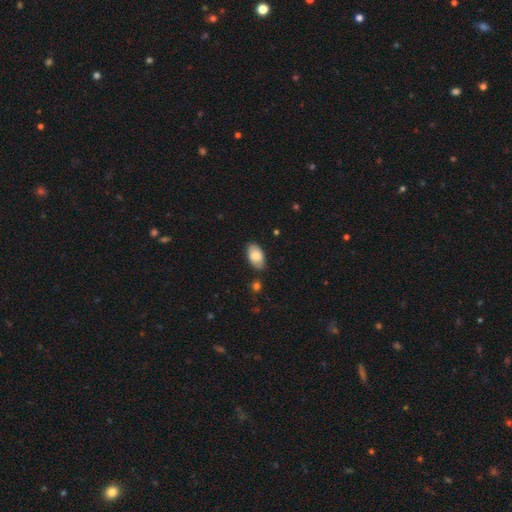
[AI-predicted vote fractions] Q: Smooth or featured?
A: smooth (83%); runner-up: featured or disk (10%)
Q: How rounded?
A: in between (94%); runner-up: round (4%)
Q: Merging?
A: none (81%); runner-up: minor disturbance (14%)